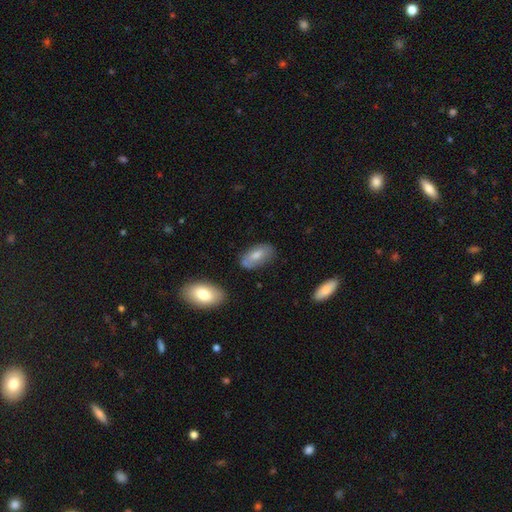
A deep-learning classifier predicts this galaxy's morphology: Smooth or featured: smooth — 71% (featured or disk — 22%)
How rounded: in between — 92% (cigar-shaped — 4%)
Merging: none — 68% (minor disturbance — 23%)